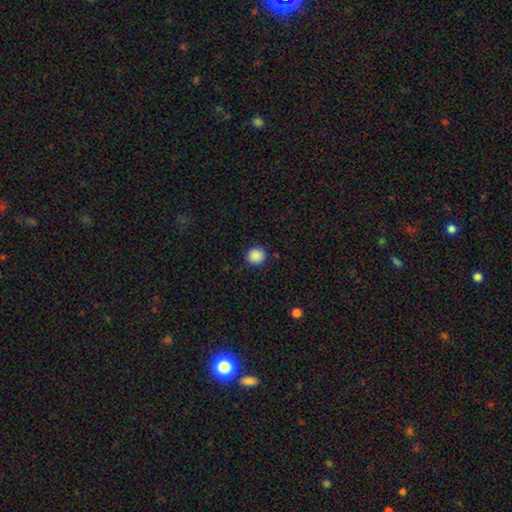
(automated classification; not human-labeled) Smooth or featured? Predicted: smooth (p=0.88). How rounded? Predicted: round (p=0.92). Merging? Predicted: none (p=0.89).